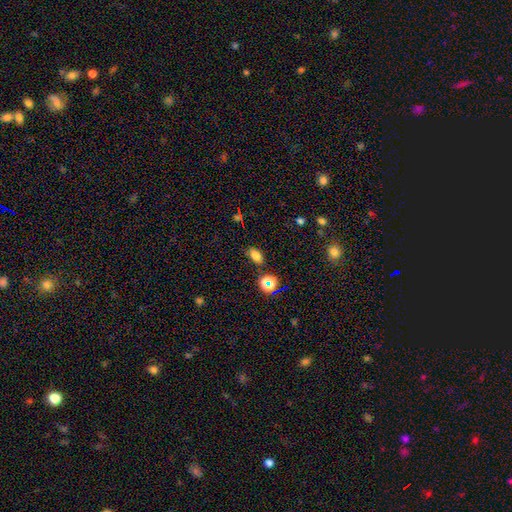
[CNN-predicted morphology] This is likely a smooth galaxy (74%). How rounded: clearly in between (84%). Merging: clearly none (81%).